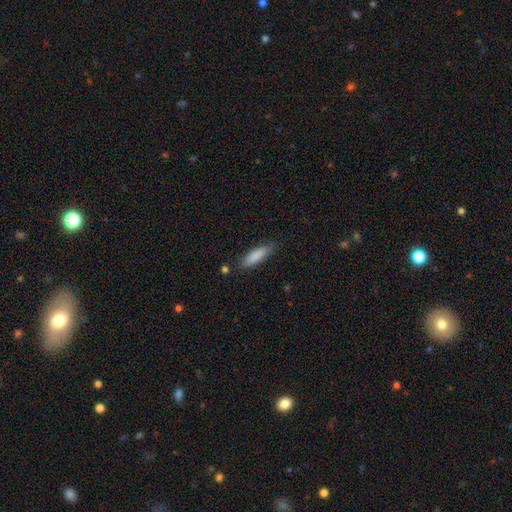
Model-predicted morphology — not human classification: smooth_or_featured: smooth (p=0.84) [alt: featured or disk p=0.10]
how_rounded: cigar-shaped (p=0.63) [alt: in between p=0.35]
merging: none (p=0.81) [alt: minor disturbance p=0.14]